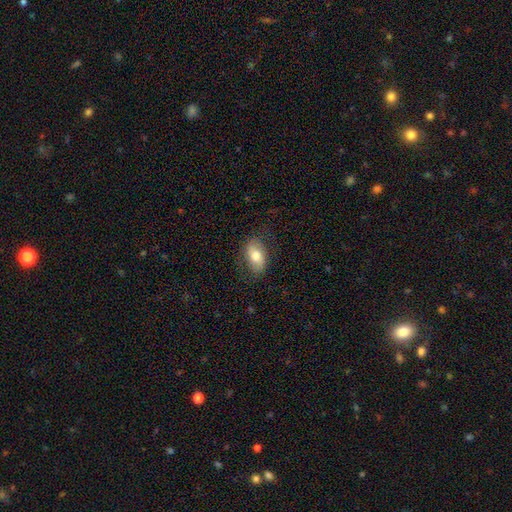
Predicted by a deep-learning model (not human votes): This appears to be a smooth galaxy with no disk features (68%) that is in between round and cigar-shaped (89%). Merging: none (79%).